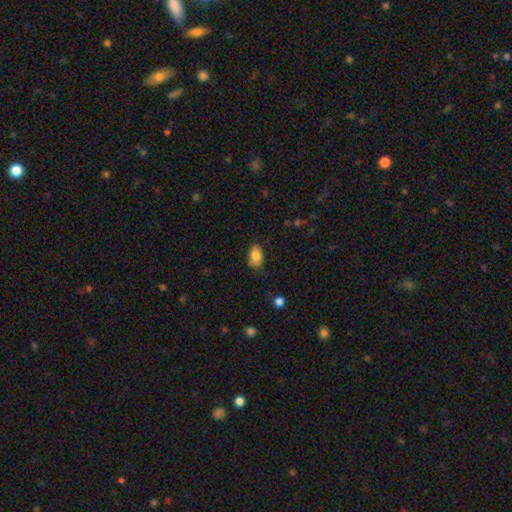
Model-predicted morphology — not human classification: Smooth or featured?
  - smooth: 84% *
  - star or artifact: 8%
  - featured or disk: 8%
How rounded?
  - in between: 87% *
  - round: 12%
  - cigar-shaped: 2%
Merging?
  - none: 75% *
  - minor disturbance: 21%
  - major disturbance: 4%
  - merger: 1%